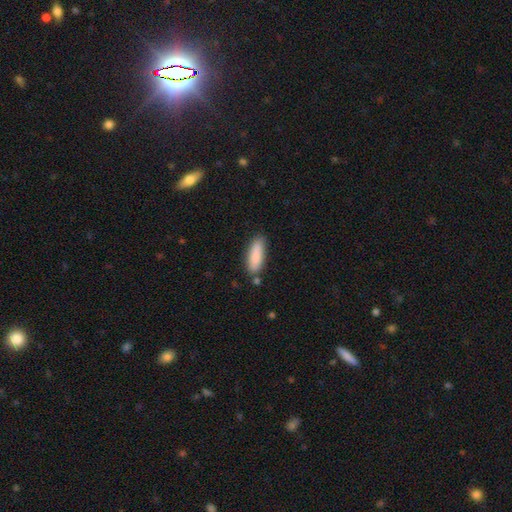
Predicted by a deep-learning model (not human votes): smooth_or_featured: smooth (p=0.87) [alt: featured or disk p=0.07]
how_rounded: in between (p=0.53) [alt: cigar-shaped p=0.45]
merging: none (p=0.79) [alt: minor disturbance p=0.14]